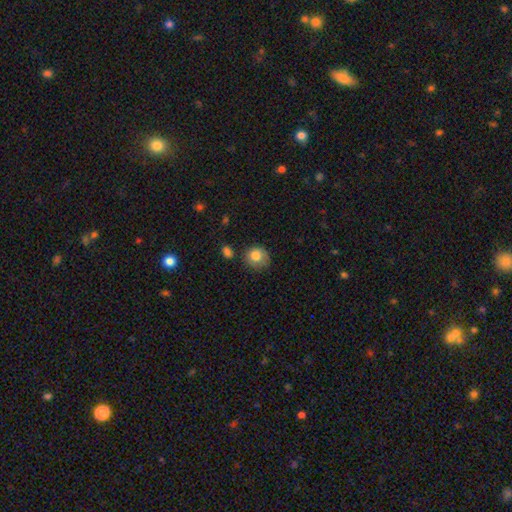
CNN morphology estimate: smooth-or-featured: smooth: 82% | featured or disk: 10% | star or artifact: 9%
  how-rounded: round: 81% | in between: 18% | cigar-shaped: 1%
  merging: none: 65% | minor disturbance: 23% | major disturbance: 7% | merger: 4%